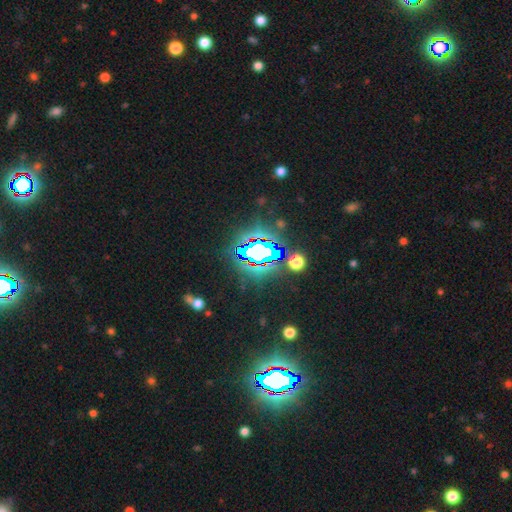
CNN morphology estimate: A star or artifact, not a galaxy (77%).